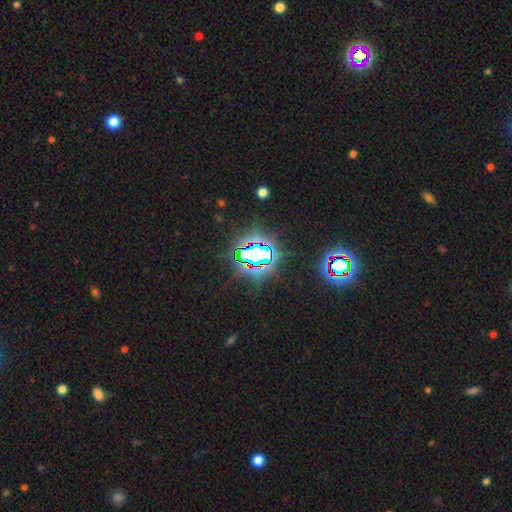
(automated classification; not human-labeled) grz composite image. It shows a star or artifact, not a galaxy (74%).